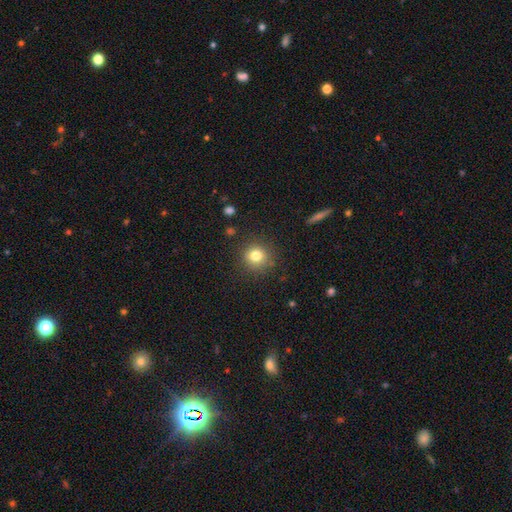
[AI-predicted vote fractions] This appears to be a smooth galaxy with no disk features (80%) that is round (92%). Merging: none (87%).